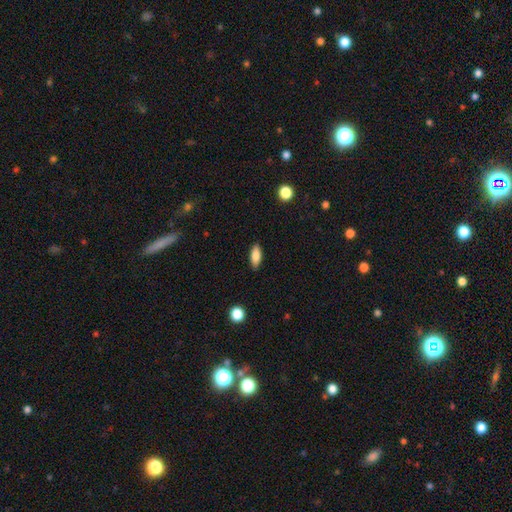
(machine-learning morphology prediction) smooth-or-featured: smooth: 83% | featured or disk: 10% | star or artifact: 7%
  how-rounded: in between: 76% | cigar-shaped: 21% | round: 3%
  merging: none: 87% | minor disturbance: 9% | major disturbance: 2% | merger: 1%